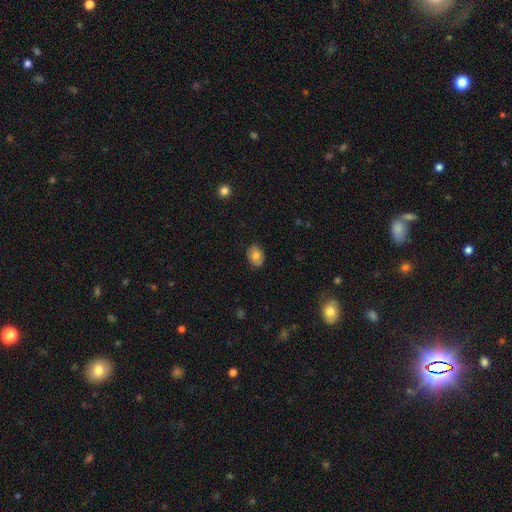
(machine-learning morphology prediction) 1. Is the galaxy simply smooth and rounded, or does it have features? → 76% smooth, 16% featured or disk, 8% star or artifact.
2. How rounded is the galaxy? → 70% in between, 29% round, 1% cigar-shaped.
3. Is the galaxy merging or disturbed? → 83% none, 13% minor disturbance, 2% major disturbance, 1% merger.